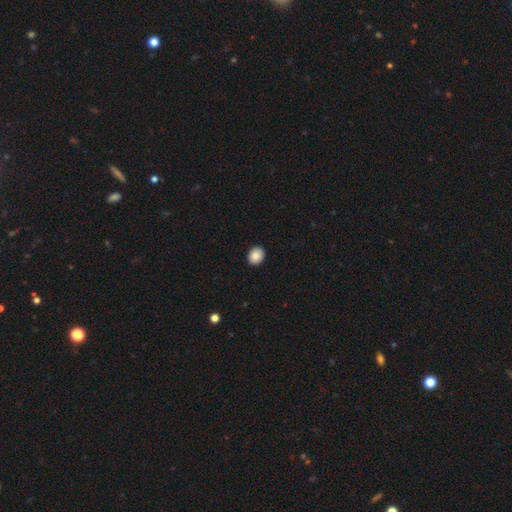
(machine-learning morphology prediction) smooth 89%, star or artifact 8%, featured or disk 3%. Down the decision tree: how rounded — round (59%); merging — none (92%).